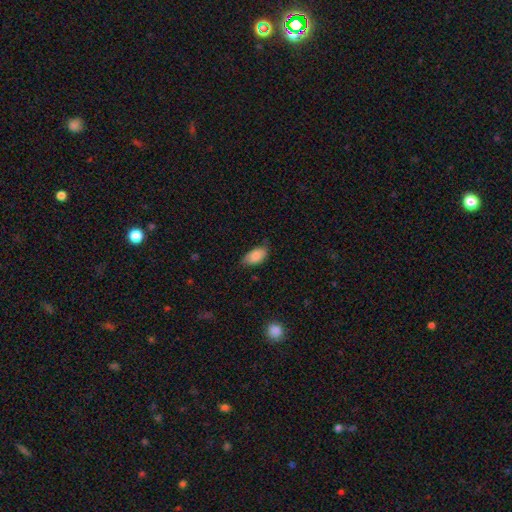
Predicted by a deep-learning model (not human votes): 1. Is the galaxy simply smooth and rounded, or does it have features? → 85% smooth, 9% featured or disk, 7% star or artifact.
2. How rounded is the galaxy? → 94% in between, 4% round, 3% cigar-shaped.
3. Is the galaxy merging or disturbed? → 64% none, 30% minor disturbance, 5% major disturbance, 1% merger.